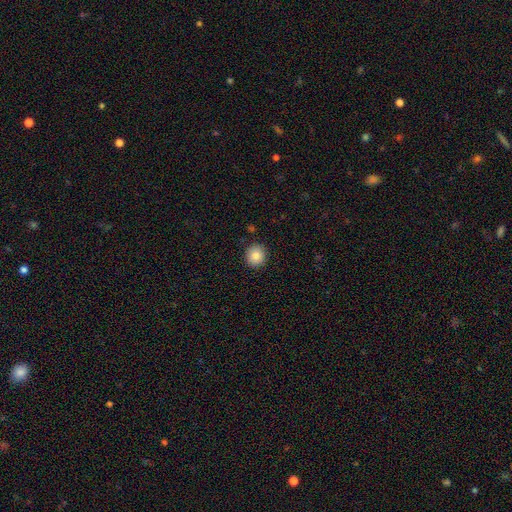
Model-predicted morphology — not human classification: Q: Smooth or featured?
A: smooth (83%); runner-up: star or artifact (10%)
Q: How rounded?
A: round (90%); runner-up: in between (9%)
Q: Merging?
A: none (90%); runner-up: minor disturbance (7%)